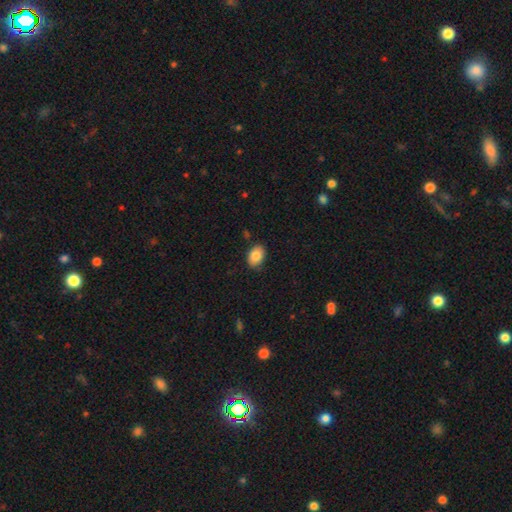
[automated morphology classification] Smooth or featured?
  - smooth: 85% *
  - featured or disk: 8%
  - star or artifact: 7%
How rounded?
  - in between: 83% *
  - round: 16%
  - cigar-shaped: 1%
Merging?
  - none: 85% *
  - minor disturbance: 11%
  - major disturbance: 2%
  - merger: 2%